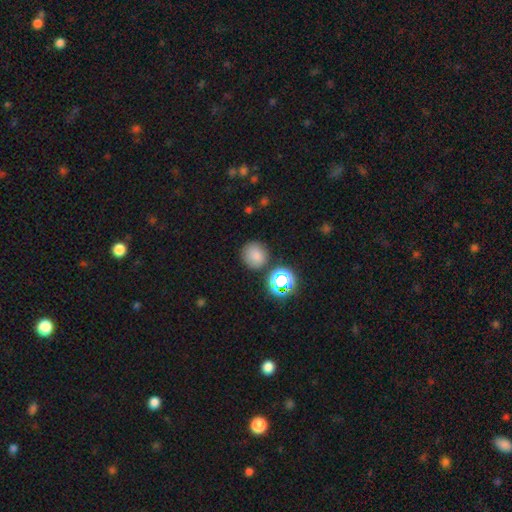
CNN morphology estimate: smooth-or-featured: smooth: 76% | star or artifact: 17% | featured or disk: 6%
  how-rounded: round: 87% | in between: 12% | cigar-shaped: 1%
  merging: none: 80% | minor disturbance: 10% | merger: 7% | major disturbance: 3%